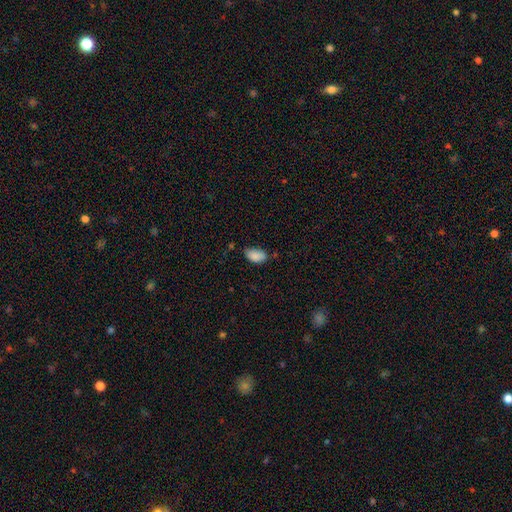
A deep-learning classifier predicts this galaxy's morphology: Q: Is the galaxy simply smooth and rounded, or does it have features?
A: smooth — 88%.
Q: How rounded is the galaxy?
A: in between — 93%.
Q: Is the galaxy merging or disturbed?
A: none — 64%.